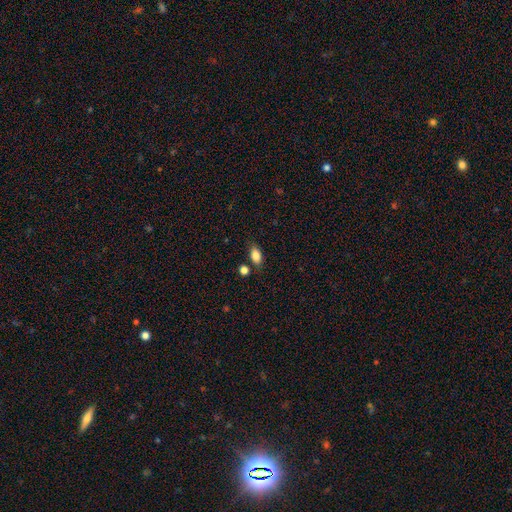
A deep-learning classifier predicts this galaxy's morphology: smooth 85%, star or artifact 9%, featured or disk 6%. Down the decision tree: how rounded — in between (88%); merging — none (77%).